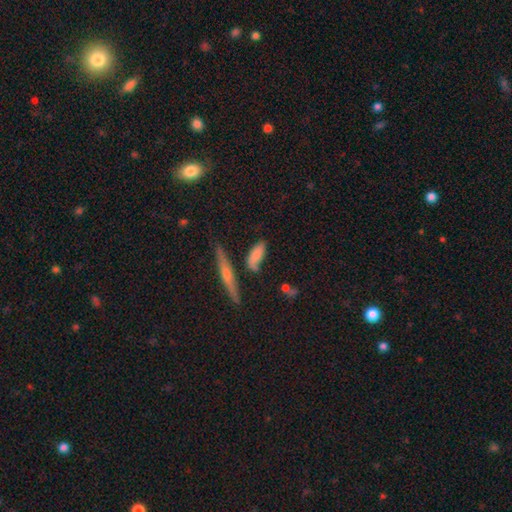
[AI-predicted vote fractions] smooth_or_featured: smooth (p=0.73) [alt: featured or disk p=0.18]
how_rounded: in between (p=0.73) [alt: cigar-shaped p=0.23]
merging: none (p=0.55) [alt: minor disturbance p=0.25]